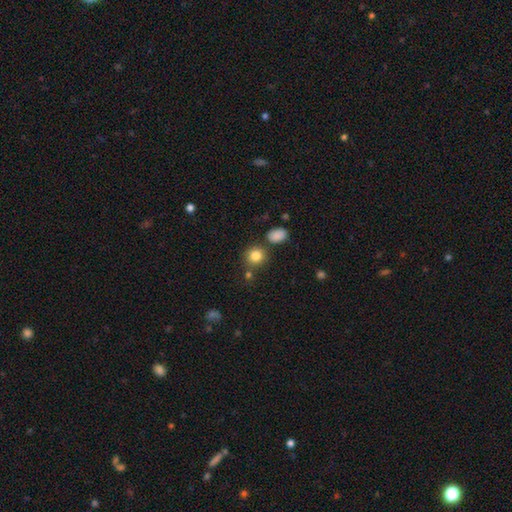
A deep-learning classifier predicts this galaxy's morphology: smooth-or-featured: smooth: 84% | star or artifact: 11% | featured or disk: 5%
  how-rounded: round: 84% | in between: 15% | cigar-shaped: 1%
  merging: none: 76% | merger: 10% | minor disturbance: 10% | major disturbance: 4%